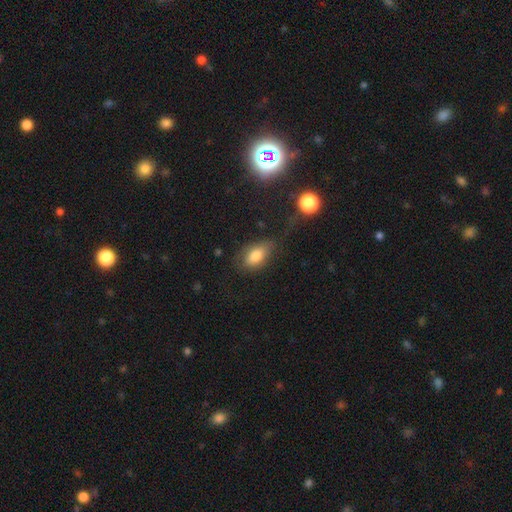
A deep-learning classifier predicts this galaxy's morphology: smooth-or-featured: smooth: 80% | featured or disk: 11% | star or artifact: 9%
  how-rounded: in between: 88% | round: 9% | cigar-shaped: 3%
  merging: none: 62% | minor disturbance: 24% | major disturbance: 10% | merger: 3%